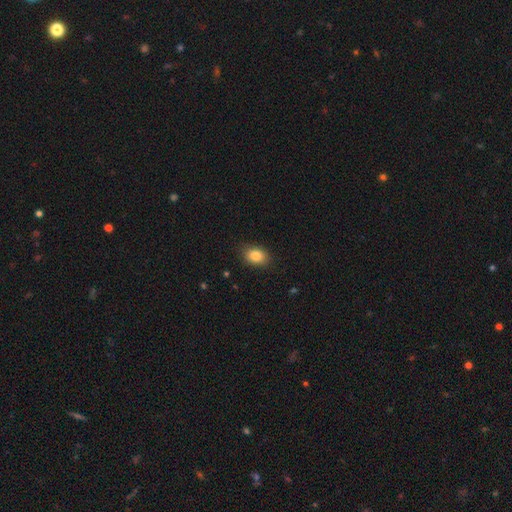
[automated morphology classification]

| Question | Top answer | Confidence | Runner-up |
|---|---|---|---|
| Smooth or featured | smooth | 84% | star or artifact (9%) |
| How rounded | in between | 69% | round (30%) |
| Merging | none | 85% | minor disturbance (12%) |